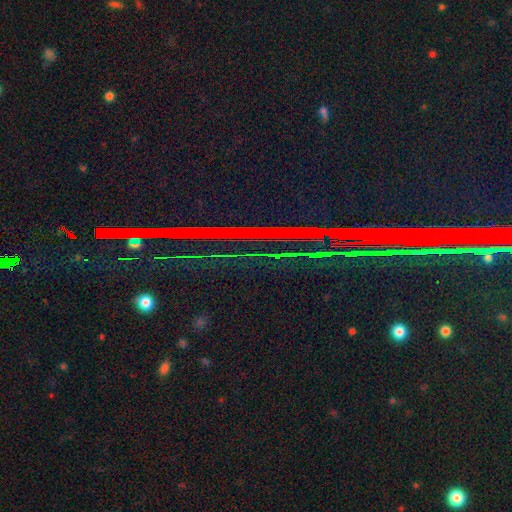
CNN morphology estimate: A star or artifact, not a galaxy (86%).

Vote fractions:
- Smooth or featured? star or artifact: 86% / featured or disk: 7% / smooth: 7%